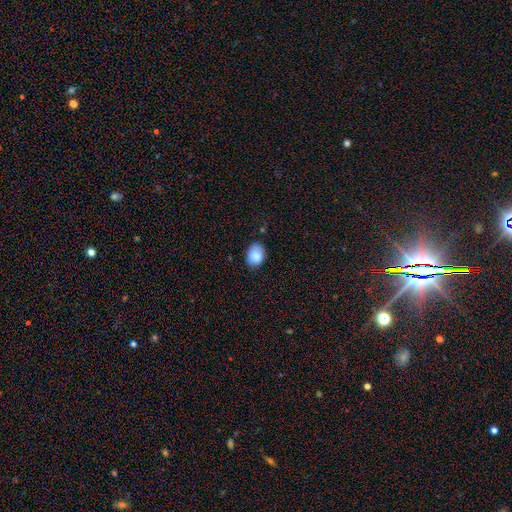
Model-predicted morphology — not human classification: smooth 85%, star or artifact 8%, featured or disk 7%. Down the decision tree: how rounded — in between (67%); merging — none (76%).